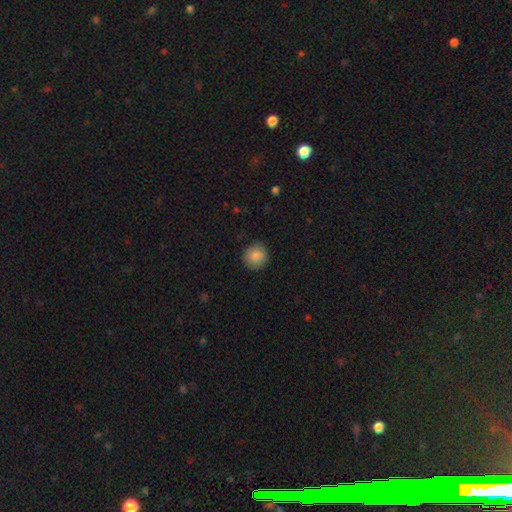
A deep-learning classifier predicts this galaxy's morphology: Smooth or featured?
  - smooth: 86% *
  - star or artifact: 8%
  - featured or disk: 6%
How rounded?
  - round: 93% *
  - in between: 6%
  - cigar-shaped: 1%
Merging?
  - none: 88% *
  - minor disturbance: 9%
  - major disturbance: 2%
  - merger: 1%